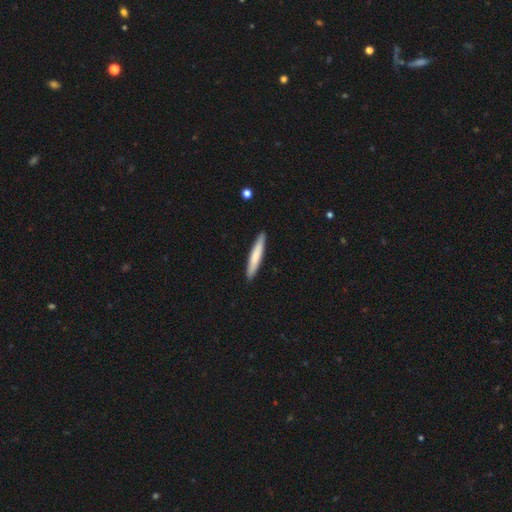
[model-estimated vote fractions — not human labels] Morphology: type=smooth (76%); roundness=cigar-shaped (94%); merging=none (91%).